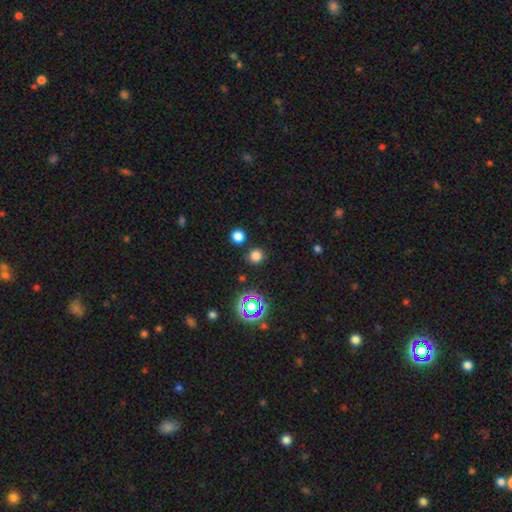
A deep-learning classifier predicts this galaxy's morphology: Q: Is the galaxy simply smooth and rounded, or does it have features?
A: smooth — 76%.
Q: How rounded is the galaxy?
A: round — 92%.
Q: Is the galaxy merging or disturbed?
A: none — 85%.